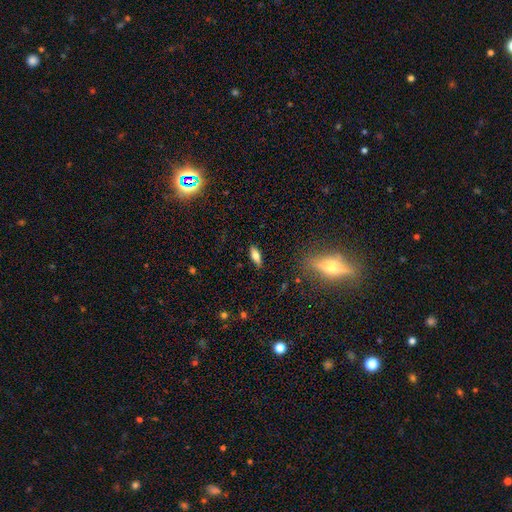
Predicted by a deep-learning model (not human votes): A smooth galaxy with no disk features (61%) that is in between round and cigar-shaped (68%).

Vote fractions:
- Smooth or featured? smooth: 61% / featured or disk: 31% / star or artifact: 9%
- How rounded? in between: 68% / cigar-shaped: 29% / round: 3%
- Merging? none: 86% / minor disturbance: 10% / major disturbance: 3% / merger: 1%